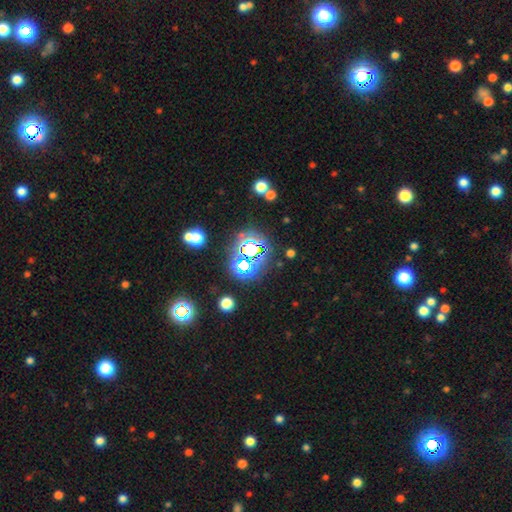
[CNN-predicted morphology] This is likely a star or artifact rather than a galaxy (69%).